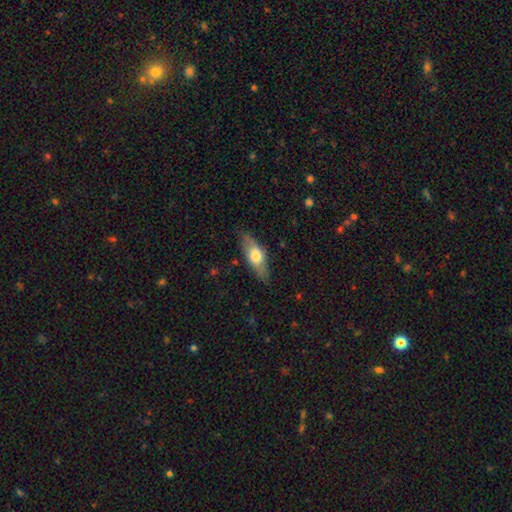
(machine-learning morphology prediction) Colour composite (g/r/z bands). It shows a smooth galaxy with no disk features (58%) that is in between round and cigar-shaped (64%). Merging: none (81%).